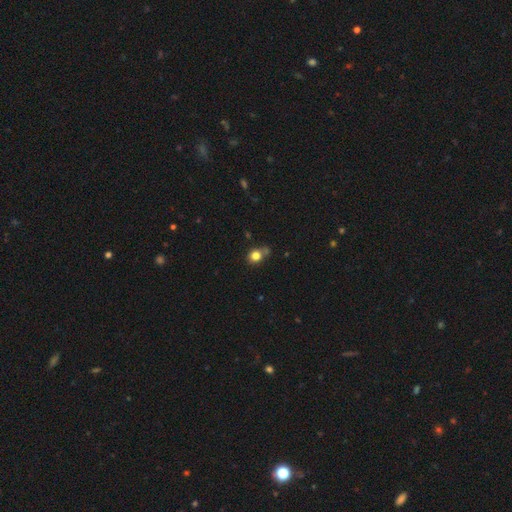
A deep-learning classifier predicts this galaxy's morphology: The model was most divided on "merging": none: 61%, minor disturbance: 20%, merger: 13%, major disturbance: 6%. More confident: smooth or featured — smooth (80%); how rounded — round (76%).